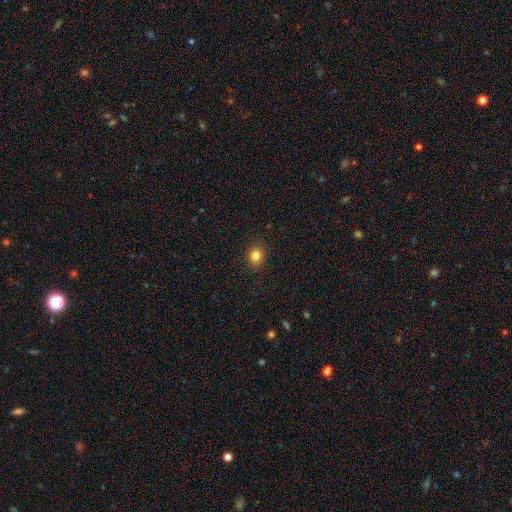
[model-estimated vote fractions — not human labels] This is clearly a smooth galaxy (84%). How rounded: likely round (65%). Merging: clearly none (89%).